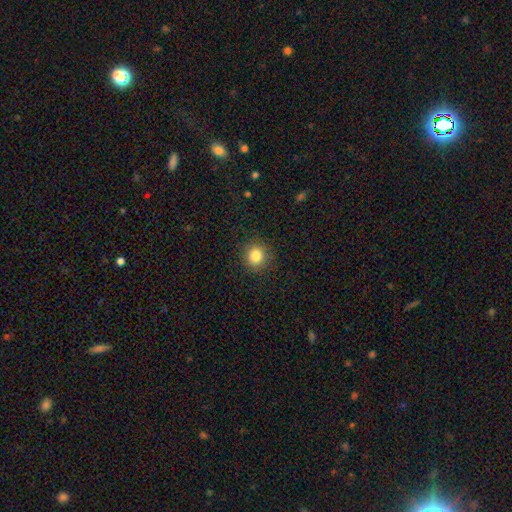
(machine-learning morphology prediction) The model was most divided on "smooth or featured": smooth: 84%, star or artifact: 11%, featured or disk: 5%. More confident: how rounded — round (90%); merging — none (89%).